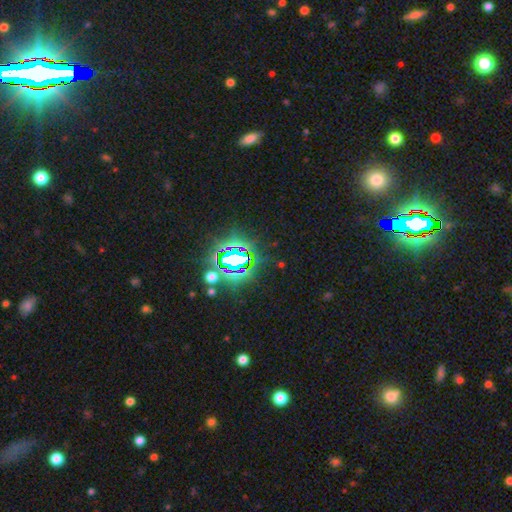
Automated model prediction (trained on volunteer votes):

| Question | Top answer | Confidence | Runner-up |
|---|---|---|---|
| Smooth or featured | star or artifact | 85% | smooth (9%) |